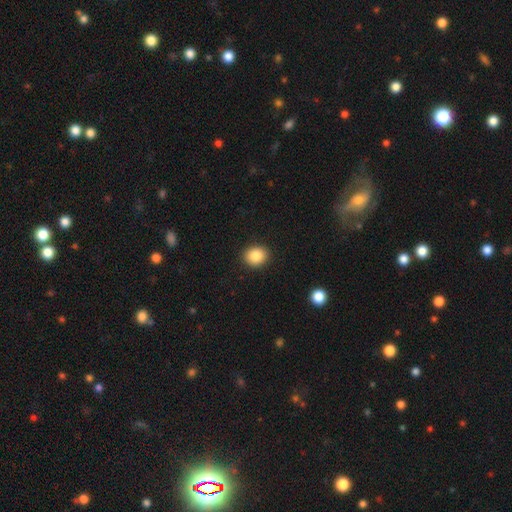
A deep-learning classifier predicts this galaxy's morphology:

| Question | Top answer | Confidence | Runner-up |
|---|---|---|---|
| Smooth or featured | smooth | 86% | star or artifact (9%) |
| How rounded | round | 66% | in between (33%) |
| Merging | none | 91% | minor disturbance (6%) |